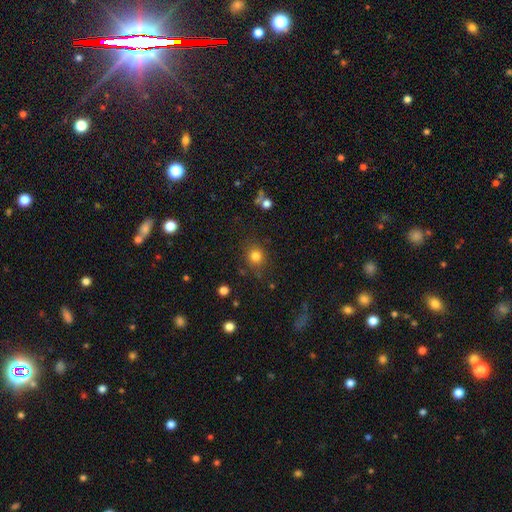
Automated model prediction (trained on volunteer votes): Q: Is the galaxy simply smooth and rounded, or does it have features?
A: smooth — 81%.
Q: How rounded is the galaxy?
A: round — 85%.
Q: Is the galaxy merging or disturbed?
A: none — 81%.